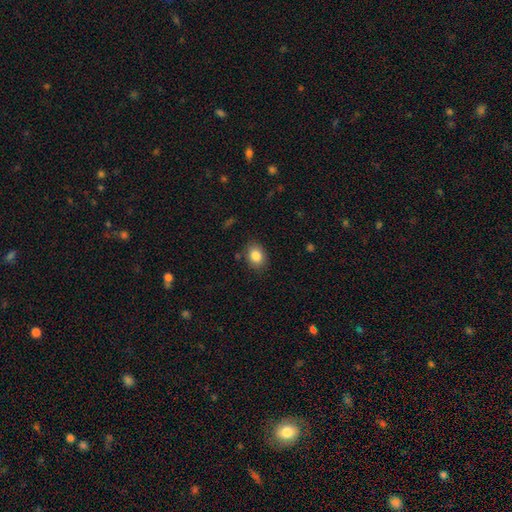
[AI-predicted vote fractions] smooth_or_featured: smooth (p=0.86) [alt: star or artifact p=0.08]
how_rounded: in between (p=0.68) [alt: round p=0.31]
merging: none (p=0.84) [alt: minor disturbance p=0.11]